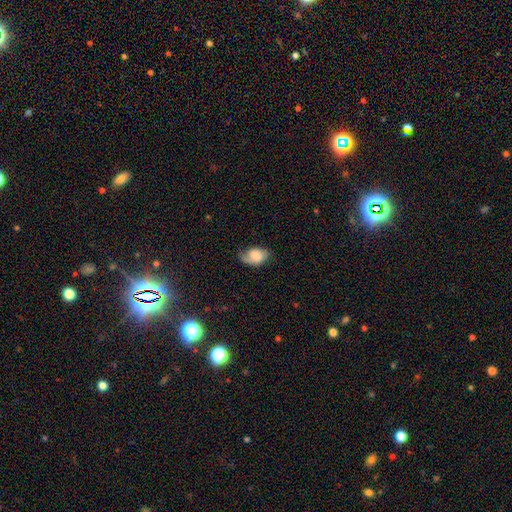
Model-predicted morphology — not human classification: Smooth or featured? smooth (57%)
How rounded? in between (86%)
Merging? none (56%)